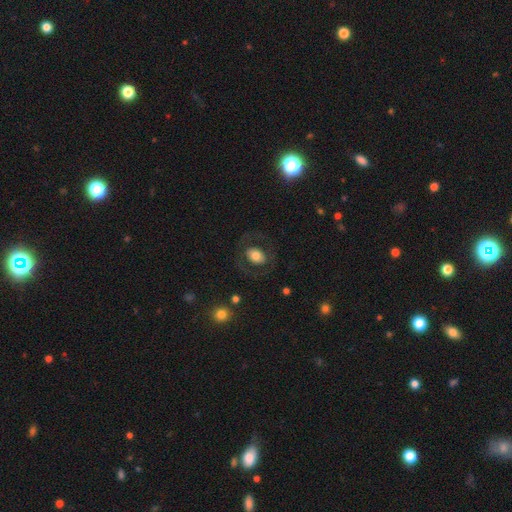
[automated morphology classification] Smooth or featured? Predicted: smooth (p=0.62). How rounded? Predicted: in between (p=0.59). Merging? Predicted: none (p=0.77).